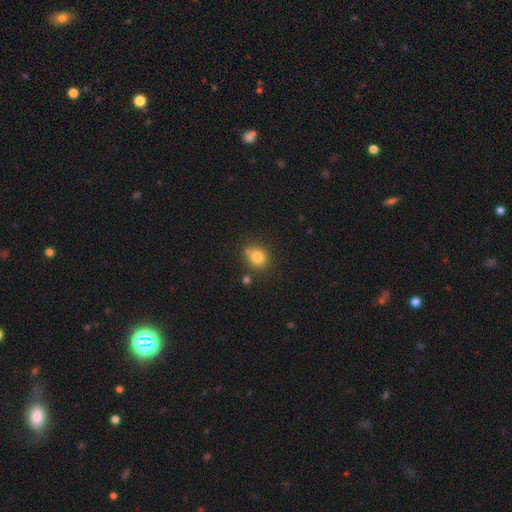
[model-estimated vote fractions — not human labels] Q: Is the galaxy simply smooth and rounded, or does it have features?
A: smooth — 81%.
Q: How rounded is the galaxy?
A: round — 81%.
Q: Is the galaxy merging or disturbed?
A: none — 67%.